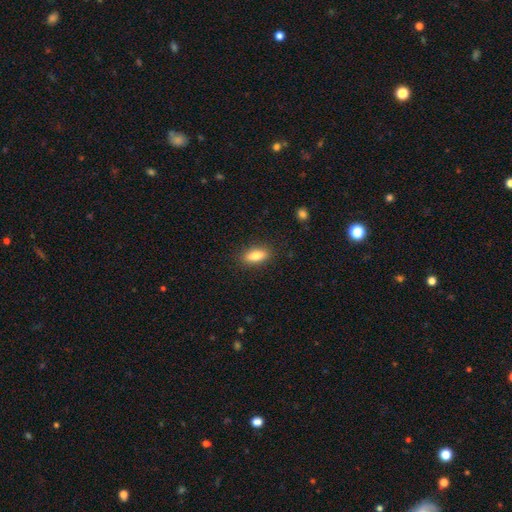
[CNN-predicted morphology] smooth-or-featured: smooth: 81% | featured or disk: 12% | star or artifact: 7%
  how-rounded: in between: 76% | cigar-shaped: 21% | round: 3%
  merging: none: 87% | minor disturbance: 9% | major disturbance: 2% | merger: 1%